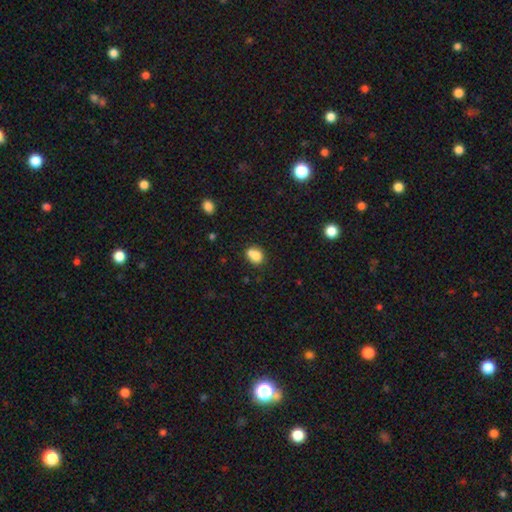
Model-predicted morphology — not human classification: Overall: smooth (77%). How rounded: round (56%; in between 43%). Merging: none (44%; merger 38%).